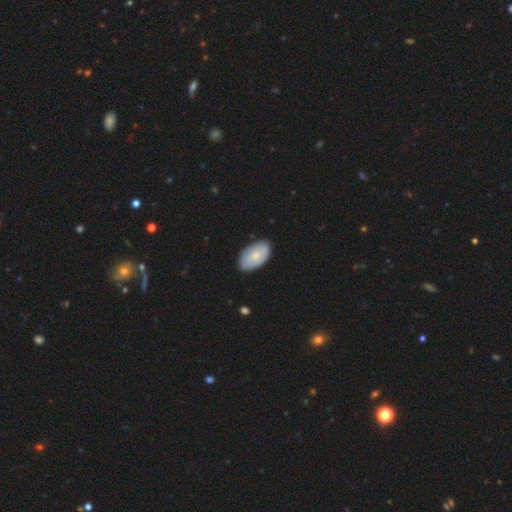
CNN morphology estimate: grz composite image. It shows a smooth galaxy with no disk features (73%) that is in between round and cigar-shaped (95%). Merging: none (79%).